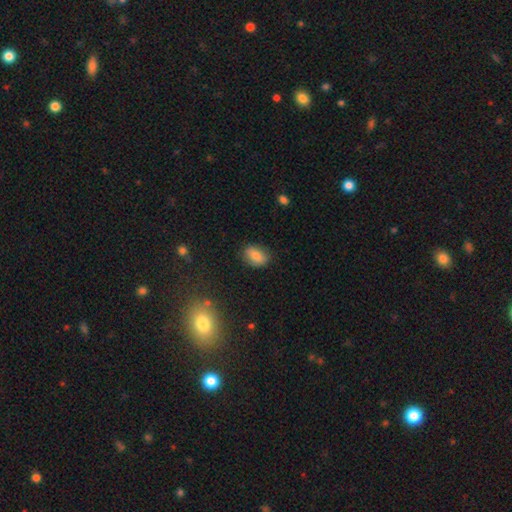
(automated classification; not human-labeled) A smooth galaxy with no disk features (81%) that is in between round and cigar-shaped (81%). Merging: none (83%).